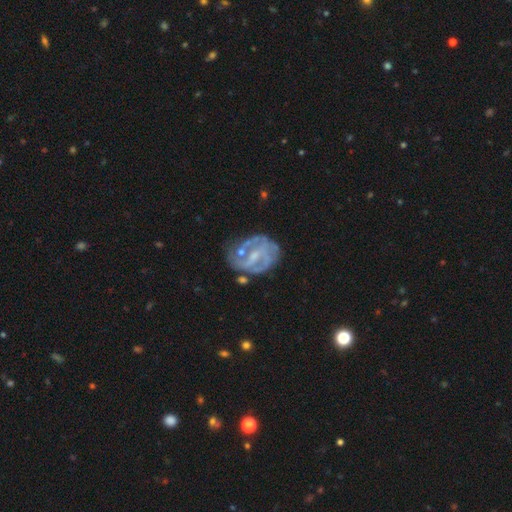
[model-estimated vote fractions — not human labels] Smooth or featured? Predicted: featured or disk (p=0.79). Edge-on disk? Predicted: no (p=0.97). Bar? Predicted: weak (p=0.47). Spiral arms? Predicted: yes (p=0.73). Spiral winding? Predicted: tight (p=0.40, tied with medium). Spiral arm count? Predicted: 2 (p=0.35). Bulge size? Predicted: small (p=0.49). Merging? Predicted: none (p=0.53).